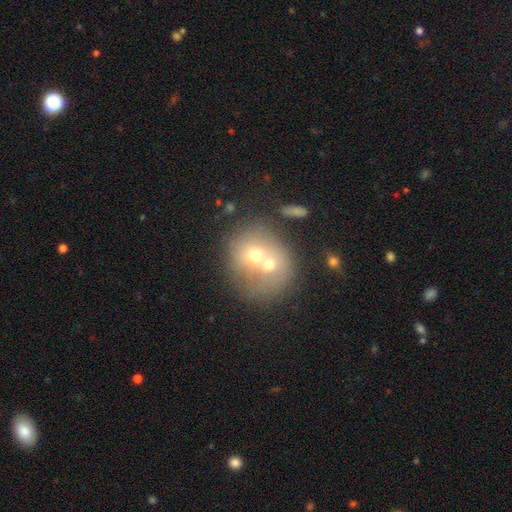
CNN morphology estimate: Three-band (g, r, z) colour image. It shows a smooth galaxy with no disk features (55%) that is round (78%). Merging: merger (67%).